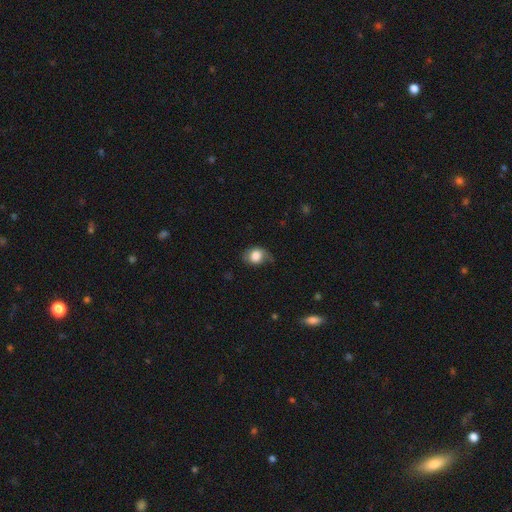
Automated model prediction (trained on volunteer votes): smooth_or_featured: smooth (p=0.76) [alt: featured or disk p=0.16]
how_rounded: in between (p=0.51) [alt: round p=0.48]
merging: none (p=0.49) [alt: minor disturbance p=0.35]